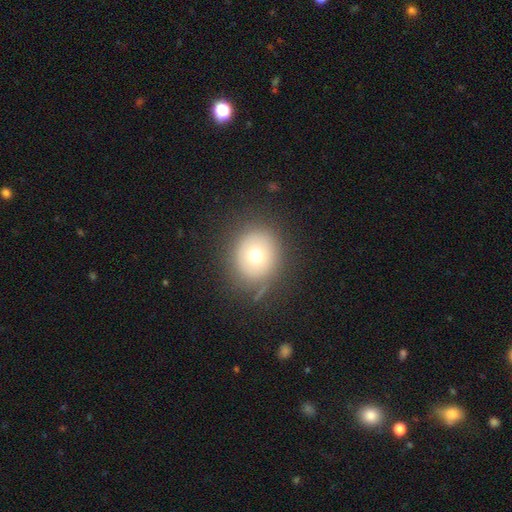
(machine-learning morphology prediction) The model was most divided on "smooth or featured": smooth: 66%, featured or disk: 22%, star or artifact: 13%. More confident: how rounded — round (78%); merging — none (76%).